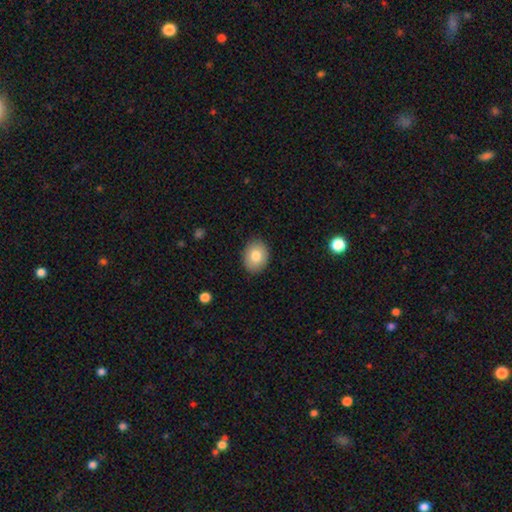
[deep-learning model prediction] A smooth galaxy with no disk features (80%) that is in between round and cigar-shaped (59%). Merging: none (88%).